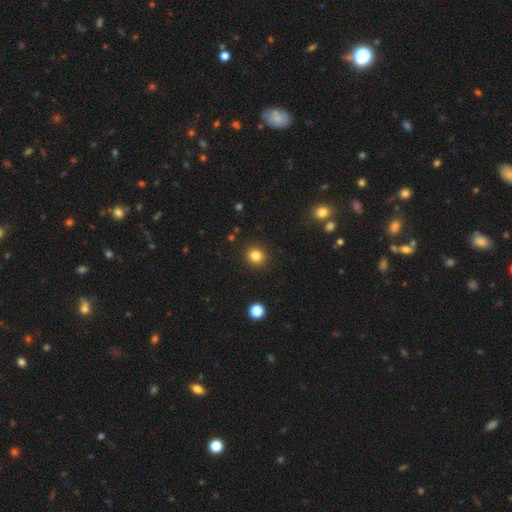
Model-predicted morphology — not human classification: smooth_or_featured: smooth (p=0.83) [alt: star or artifact p=0.12]
how_rounded: round (p=0.89) [alt: in between p=0.10]
merging: none (p=0.92) [alt: minor disturbance p=0.05]